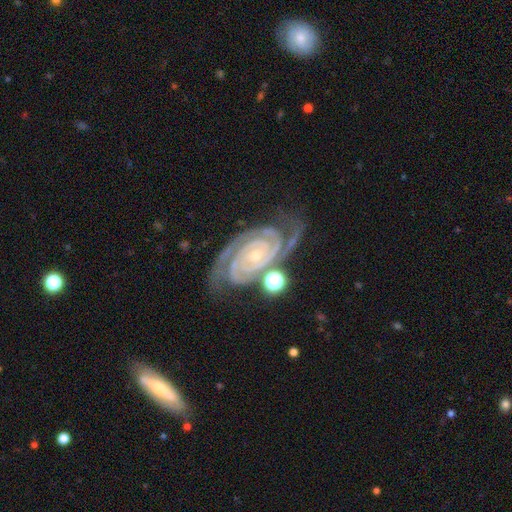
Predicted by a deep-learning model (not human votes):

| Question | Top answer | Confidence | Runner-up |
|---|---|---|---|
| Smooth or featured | featured or disk | 93% | star or artifact (5%) |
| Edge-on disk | no | 97% | yes (3%) |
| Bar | no | 65% | weak (21%) |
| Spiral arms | yes | 99% | no (1%) |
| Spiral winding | tight | 84% | medium (14%) |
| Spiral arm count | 2 | 77% | 3 (11%) |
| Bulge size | small | 80% | moderate (15%) |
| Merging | none | 75% | minor disturbance (15%) |